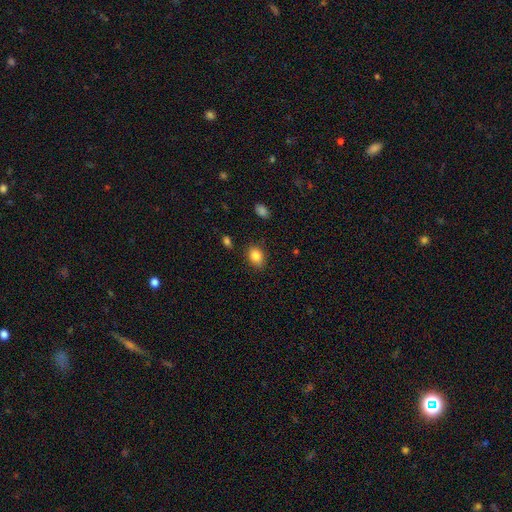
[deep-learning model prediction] Q: Smooth or featured?
A: smooth (85%); runner-up: star or artifact (9%)
Q: How rounded?
A: in between (61%); runner-up: round (37%)
Q: Merging?
A: none (81%); runner-up: minor disturbance (14%)